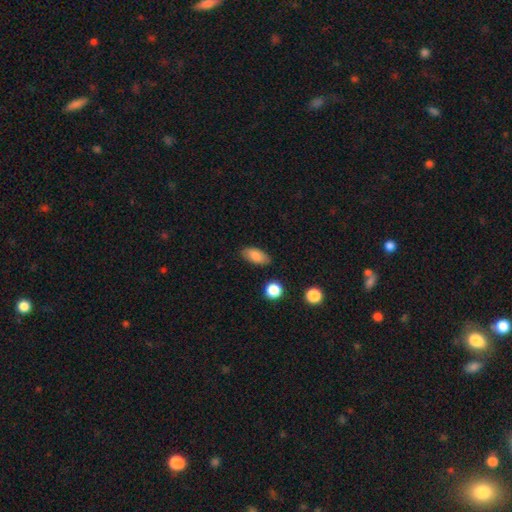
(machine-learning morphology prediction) The model was most divided on "merging": none: 84%, minor disturbance: 12%, major disturbance: 3%, merger: 2%. More confident: how rounded — in between (90%); smooth or featured — smooth (84%).